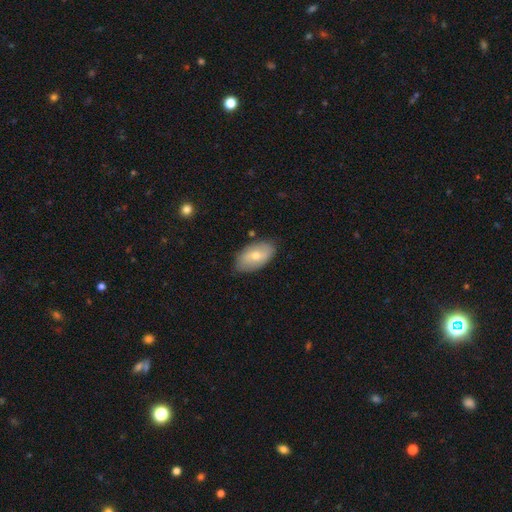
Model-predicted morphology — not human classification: smooth_or_featured: smooth (p=0.63) [alt: featured or disk p=0.30]
how_rounded: in between (p=0.93) [alt: round p=0.05]
merging: none (p=0.80) [alt: minor disturbance p=0.15]